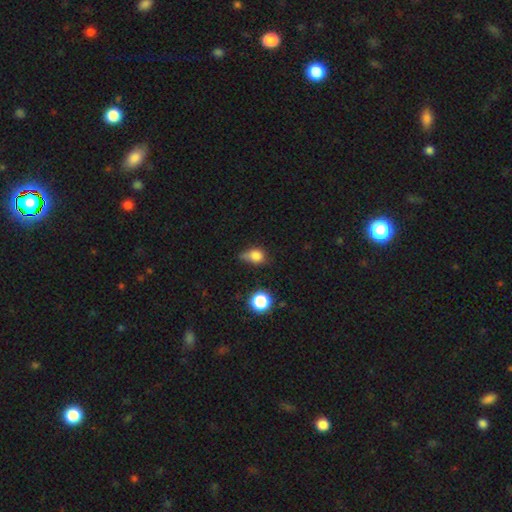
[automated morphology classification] Smooth or featured?
  - smooth: 77% *
  - star or artifact: 13%
  - featured or disk: 10%
How rounded?
  - round: 54% *
  - in between: 44%
  - cigar-shaped: 3%
Merging?
  - minor disturbance: 39% *
  - none: 34%
  - major disturbance: 18%
  - merger: 8%